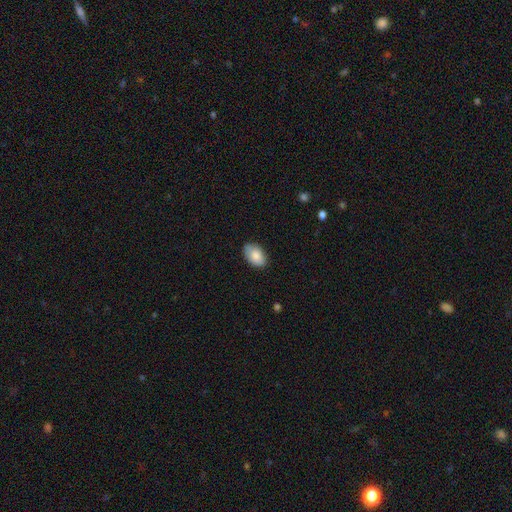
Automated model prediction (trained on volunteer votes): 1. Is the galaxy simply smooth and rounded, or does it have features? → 84% smooth, 10% featured or disk, 7% star or artifact.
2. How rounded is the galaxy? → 90% in between, 9% round, 1% cigar-shaped.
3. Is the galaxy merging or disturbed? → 80% none, 17% minor disturbance, 3% major disturbance, 1% merger.